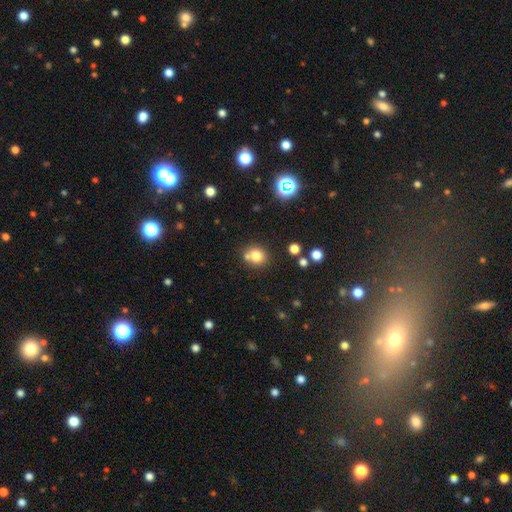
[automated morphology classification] Smooth or featured?
  - smooth: 76% *
  - star or artifact: 14%
  - featured or disk: 9%
How rounded?
  - round: 82% *
  - in between: 18%
  - cigar-shaped: 1%
Merging?
  - none: 63% *
  - merger: 23%
  - minor disturbance: 11%
  - major disturbance: 3%